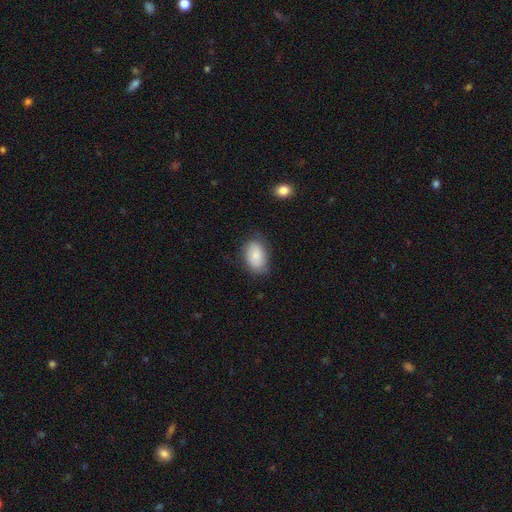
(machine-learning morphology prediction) This appears to be a smooth galaxy with no disk features (79%) that is in between round and cigar-shaped (89%). Merging: none (72%).